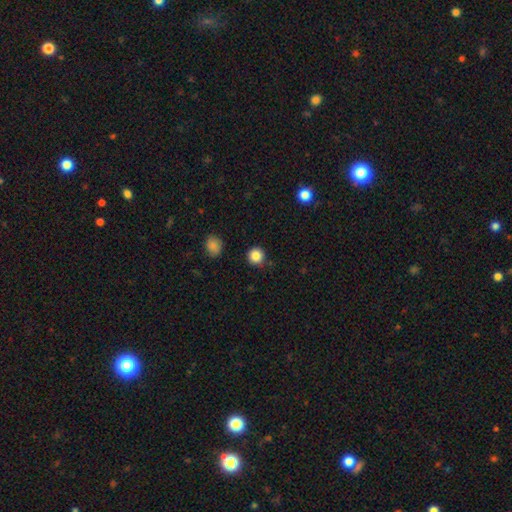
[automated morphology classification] This appears to be a smooth galaxy with no disk features (85%) that is round (94%). Merging: none (89%).